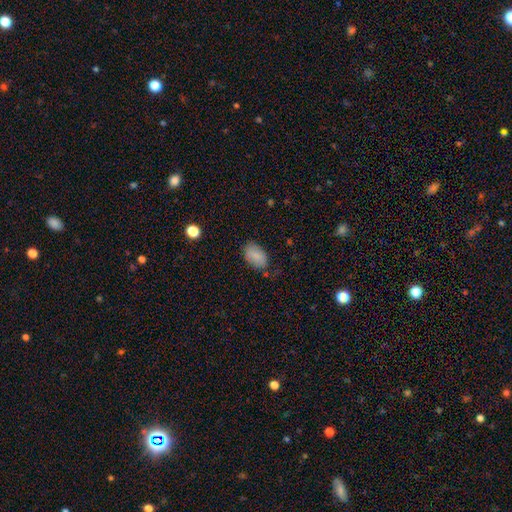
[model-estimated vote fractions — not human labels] Smooth or featured? Predicted: smooth (p=0.85). How rounded? Predicted: in between (p=0.92). Merging? Predicted: none (p=0.71).